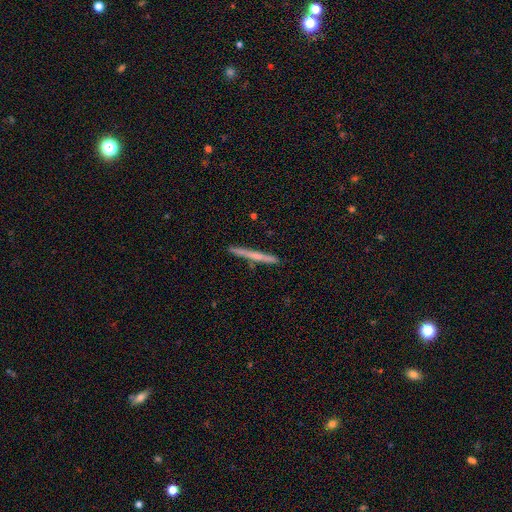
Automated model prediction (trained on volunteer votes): Smooth or featured? Predicted: smooth (p=0.50). Merging? Predicted: none (p=0.90).